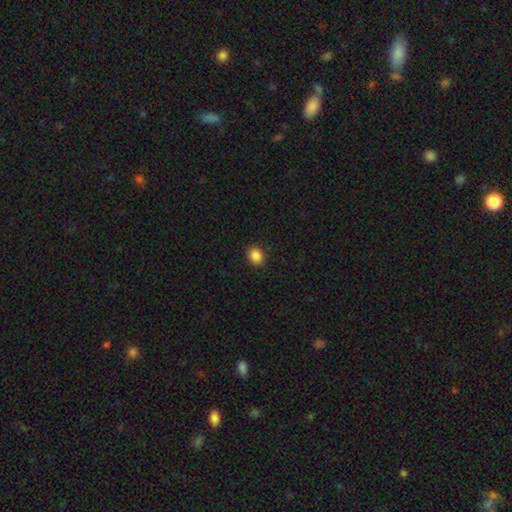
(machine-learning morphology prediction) type=smooth (87%); roundness=round (61%); merging=none (90%).